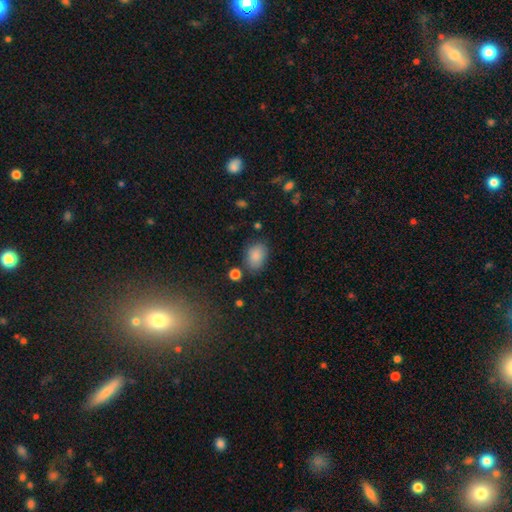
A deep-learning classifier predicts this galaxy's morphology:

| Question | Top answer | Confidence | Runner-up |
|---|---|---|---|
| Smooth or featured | smooth | 86% | star or artifact (8%) |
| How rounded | in between | 82% | round (17%) |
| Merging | none | 75% | minor disturbance (16%) |